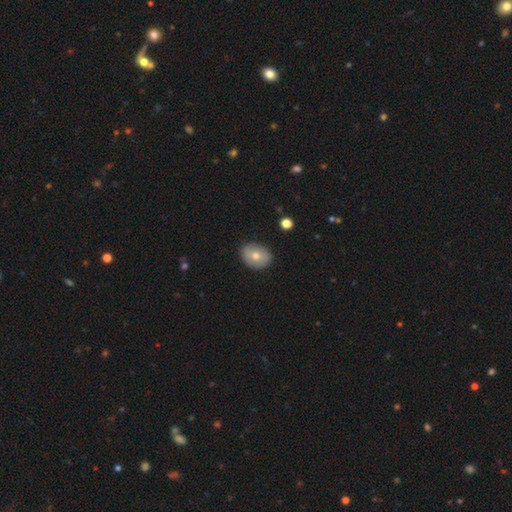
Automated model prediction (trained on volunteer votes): smooth-or-featured: smooth: 65% | featured or disk: 26% | star or artifact: 9%
  how-rounded: in between: 55% | round: 44% | cigar-shaped: 1%
  merging: none: 86% | minor disturbance: 11% | major disturbance: 2% | merger: 1%